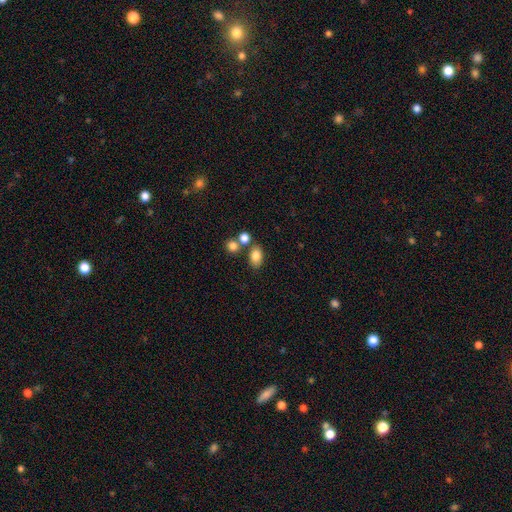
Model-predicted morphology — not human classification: A smooth galaxy with no disk features (82%) that is in between round and cigar-shaped (80%). Merging: none (66%).